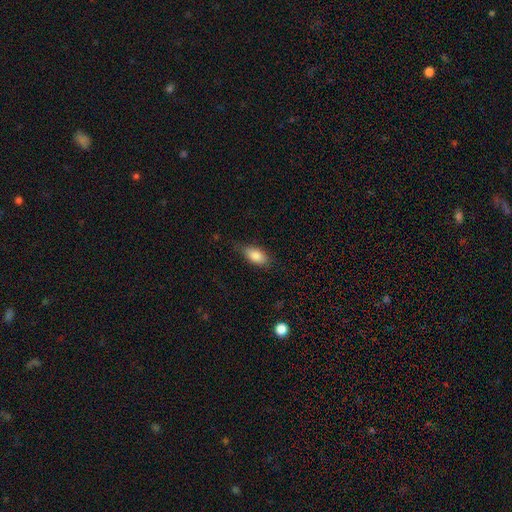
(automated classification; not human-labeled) Smooth or featured: smooth — 84% (featured or disk — 9%)
How rounded: in between — 88% (cigar-shaped — 8%)
Merging: none — 73% (minor disturbance — 21%)